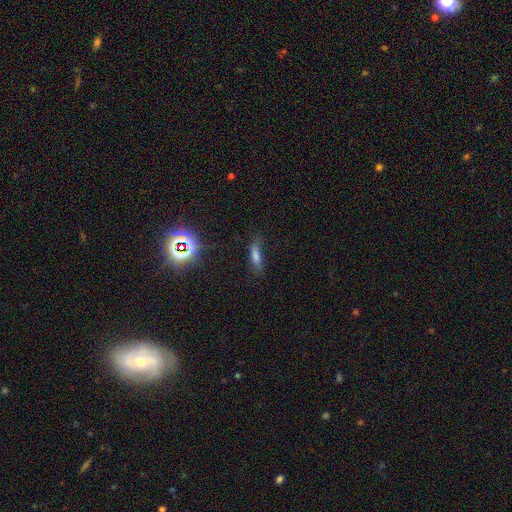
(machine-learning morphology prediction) This appears to be a smooth galaxy with no disk features (66%) that is cigar-shaped (53%). Merging: none (60%).